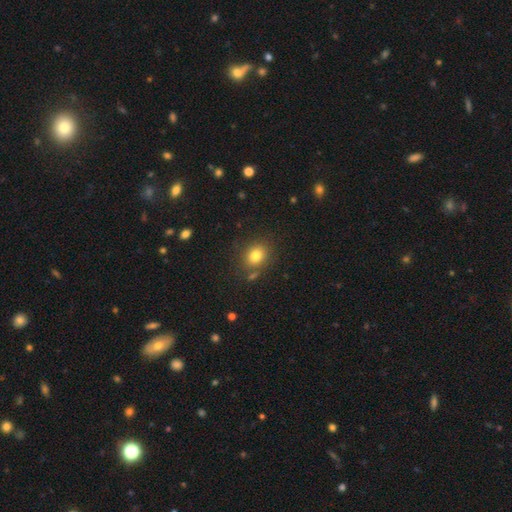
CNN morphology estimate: Smooth or featured?
  - smooth: 80% *
  - star or artifact: 12%
  - featured or disk: 8%
How rounded?
  - round: 60% *
  - in between: 39%
  - cigar-shaped: 1%
Merging?
  - none: 78% *
  - minor disturbance: 12%
  - merger: 7%
  - major disturbance: 4%